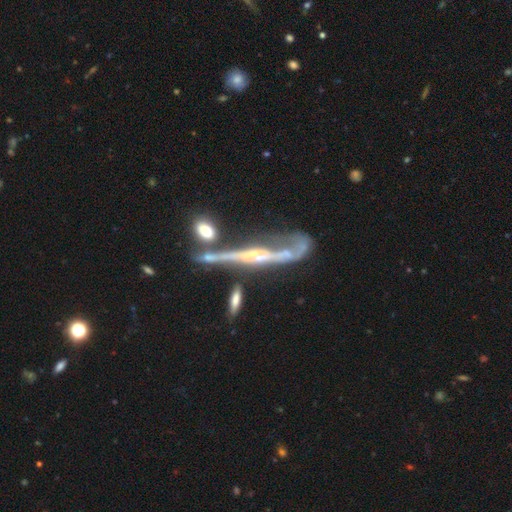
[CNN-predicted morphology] smooth_or_featured: featured or disk (p=0.83) [alt: smooth p=0.09]
disk_edge_on: yes (p=0.70) [alt: no p=0.30]
edge_on_bulge: rounded (p=0.59) [alt: none p=0.28]
merging: none (p=0.35) [alt: merger p=0.25]